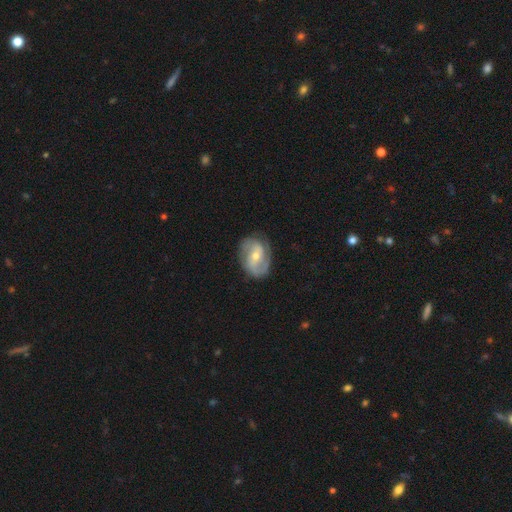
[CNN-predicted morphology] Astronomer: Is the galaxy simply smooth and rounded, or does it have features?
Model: featured or disk — 80%.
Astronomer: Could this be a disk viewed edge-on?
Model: no — 97%.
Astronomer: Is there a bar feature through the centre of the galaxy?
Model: weak — 44% (runner-up: no, 38%).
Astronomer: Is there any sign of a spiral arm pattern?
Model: yes — 93%.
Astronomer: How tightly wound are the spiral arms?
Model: medium — 47% (runner-up: tight, 35%).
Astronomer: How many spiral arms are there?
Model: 2 — 78%.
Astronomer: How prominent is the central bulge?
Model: moderate — 52% (runner-up: small, 44%).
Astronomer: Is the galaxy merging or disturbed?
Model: none — 77%.